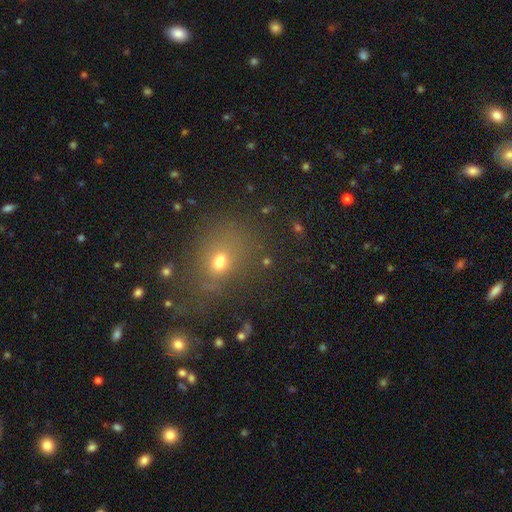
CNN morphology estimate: smooth_or_featured: smooth (p=0.58) [alt: star or artifact p=0.31]
how_rounded: round (p=0.62) [alt: in between p=0.36]
merging: none (p=0.75) [alt: minor disturbance p=0.14]